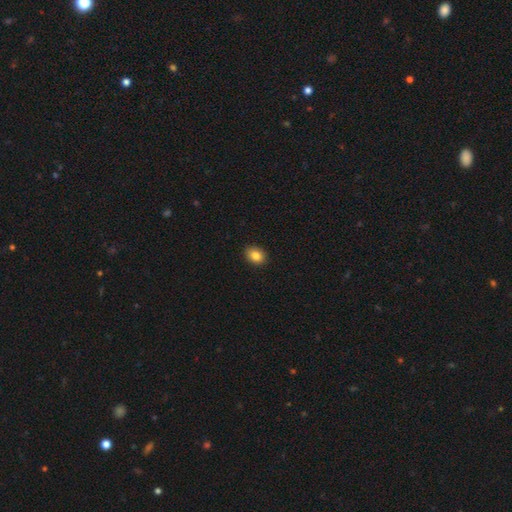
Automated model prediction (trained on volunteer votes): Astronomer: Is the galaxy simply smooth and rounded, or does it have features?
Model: smooth — 84%.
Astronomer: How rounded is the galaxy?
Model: in between — 64%.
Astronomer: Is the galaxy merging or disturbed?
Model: none — 90%.